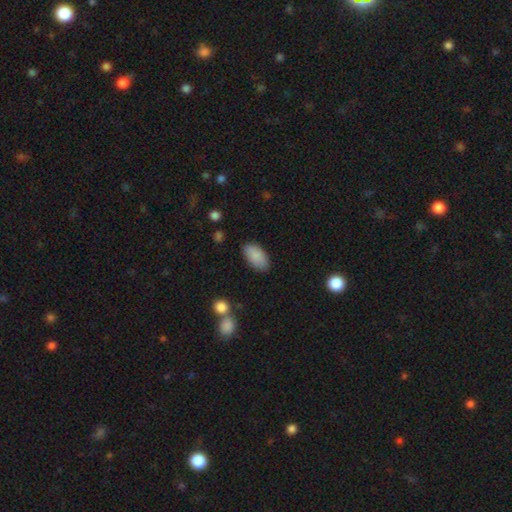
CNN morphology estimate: This is clearly a smooth galaxy (88%). How rounded: clearly in between (94%). Merging: clearly none (84%).